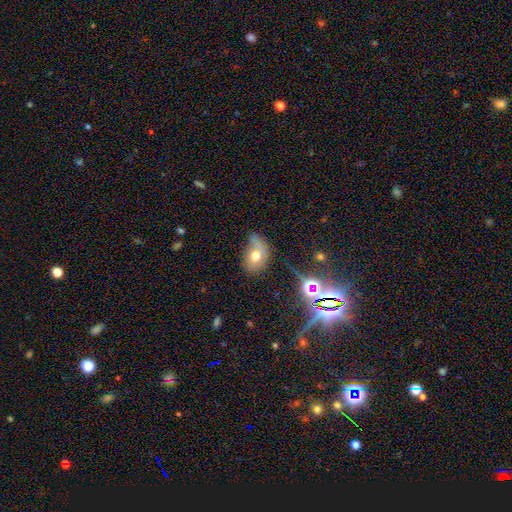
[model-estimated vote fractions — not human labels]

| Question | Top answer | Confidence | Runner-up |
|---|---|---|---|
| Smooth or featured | smooth | 66% | featured or disk (20%) |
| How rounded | in between | 71% | round (28%) |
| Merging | none | 39% | minor disturbance (33%) |